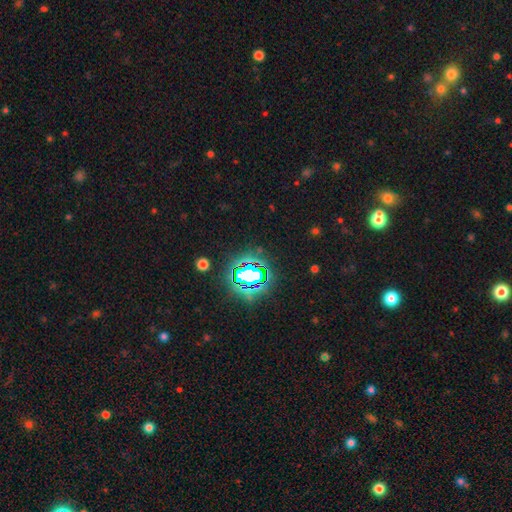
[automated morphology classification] This appears to be a star or artifact, not a galaxy (81%).